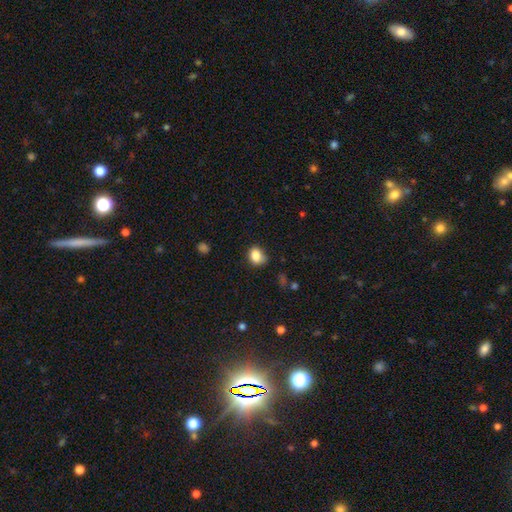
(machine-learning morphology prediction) smooth 84%, star or artifact 10%, featured or disk 6%. Down the decision tree: how rounded — in between (52%); merging — none (64%).